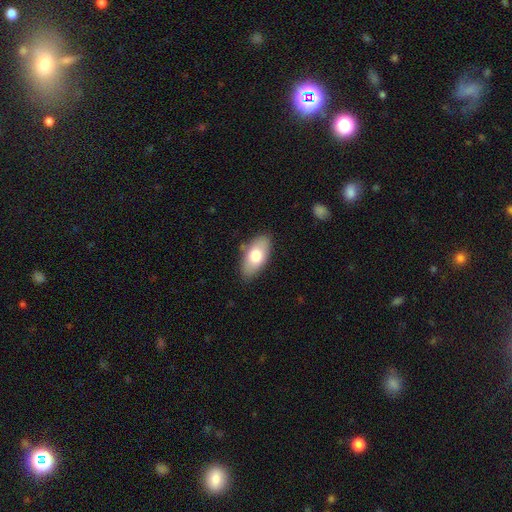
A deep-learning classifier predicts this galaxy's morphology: smooth_or_featured: smooth (p=0.73) [alt: featured or disk p=0.21]
how_rounded: in between (p=0.91) [alt: cigar-shaped p=0.05]
merging: none (p=0.82) [alt: minor disturbance p=0.13]